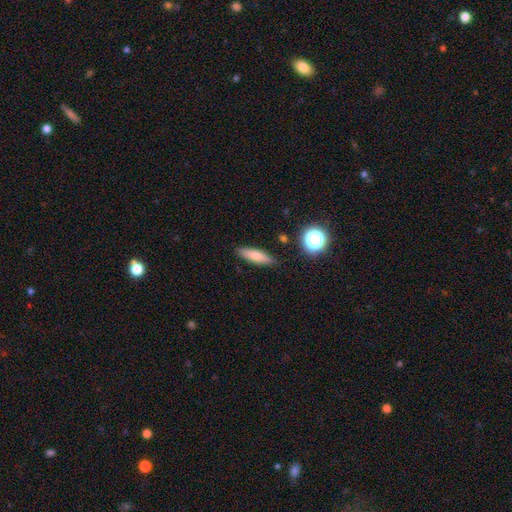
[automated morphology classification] A smooth galaxy with no disk features (72%) that is cigar-shaped (62%).

Vote fractions:
- Smooth or featured? smooth: 72% / featured or disk: 19% / star or artifact: 9%
- How rounded? cigar-shaped: 62% / in between: 35% / round: 4%
- Merging? none: 86% / minor disturbance: 10% / major disturbance: 2% / merger: 2%